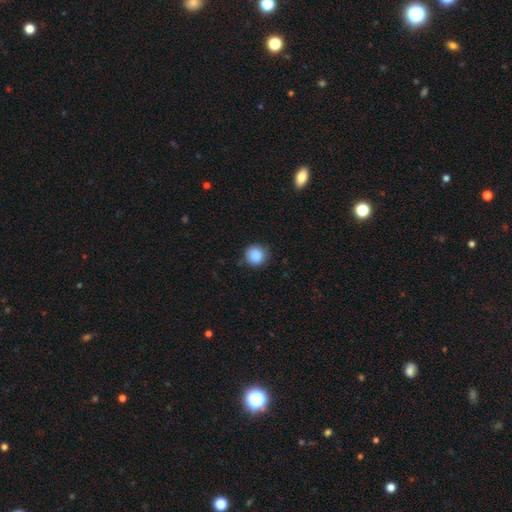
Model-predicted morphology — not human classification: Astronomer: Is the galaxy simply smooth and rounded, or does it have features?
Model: smooth — 88%.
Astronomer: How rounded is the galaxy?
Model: round — 92%.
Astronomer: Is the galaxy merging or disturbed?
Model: none — 81%.